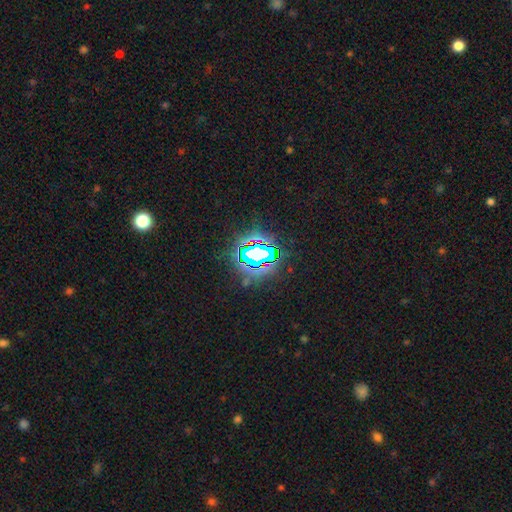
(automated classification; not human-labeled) A star or artifact, not a galaxy (74%).

Vote fractions:
- Smooth or featured? star or artifact: 74% / smooth: 15% / featured or disk: 11%